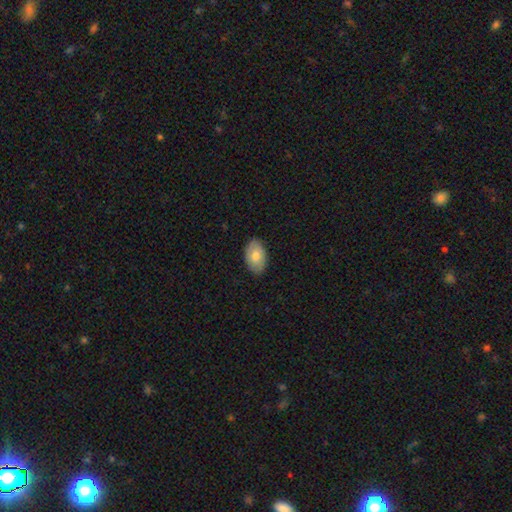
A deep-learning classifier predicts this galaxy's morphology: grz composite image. It shows a smooth galaxy with no disk features (77%) that is in between round and cigar-shaped (92%). Merging: none (87%).